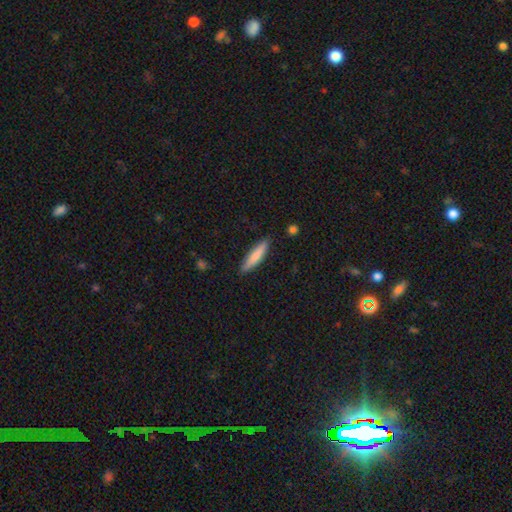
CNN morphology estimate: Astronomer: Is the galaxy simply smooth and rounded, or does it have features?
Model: smooth — 76%.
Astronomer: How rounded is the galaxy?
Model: cigar-shaped — 84%.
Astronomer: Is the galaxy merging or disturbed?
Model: none — 88%.